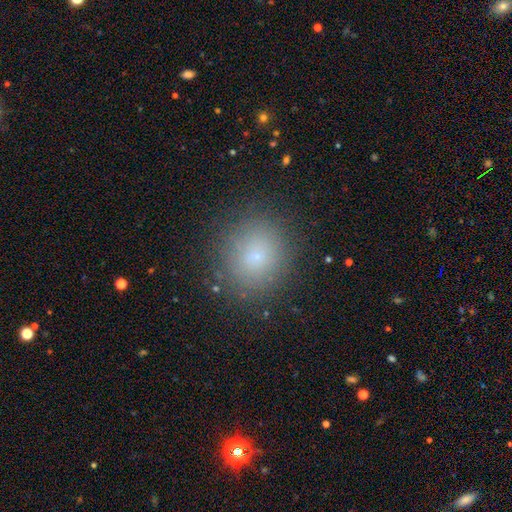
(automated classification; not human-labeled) smooth_or_featured: smooth (p=0.73) [alt: star or artifact p=0.17]
how_rounded: round (p=0.80) [alt: in between p=0.19]
merging: none (p=0.86) [alt: minor disturbance p=0.09]